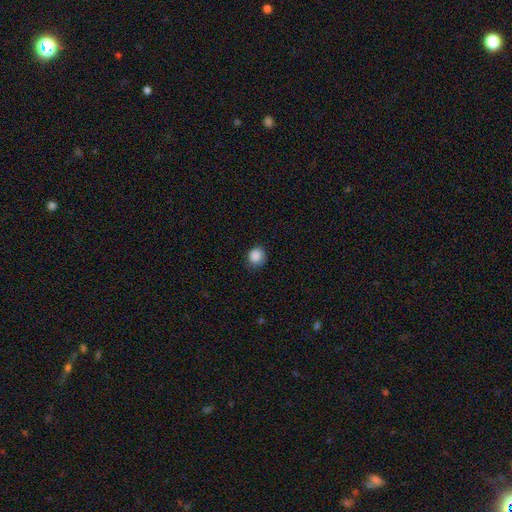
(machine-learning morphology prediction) smooth 88%, star or artifact 9%, featured or disk 3%. Down the decision tree: how rounded — round (79%); merging — none (81%).